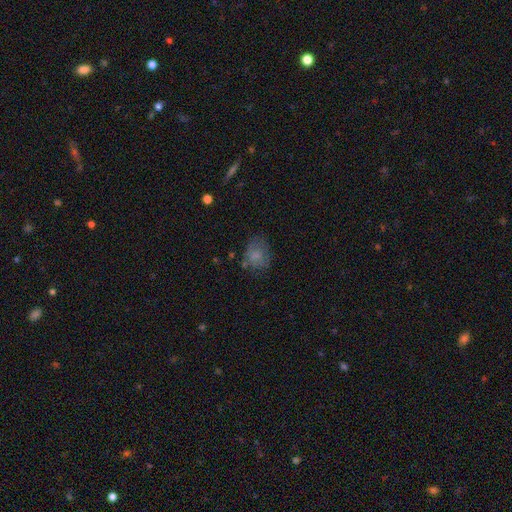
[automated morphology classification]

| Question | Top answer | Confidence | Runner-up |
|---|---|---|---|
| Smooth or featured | smooth | 74% | featured or disk (15%) |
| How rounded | in between | 50% | round (49%) |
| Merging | none | 56% | minor disturbance (26%) |